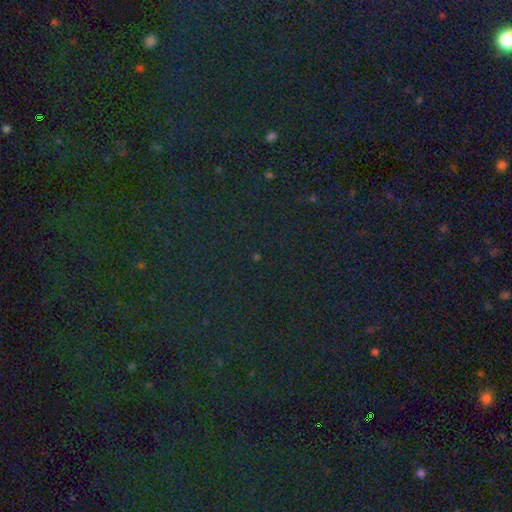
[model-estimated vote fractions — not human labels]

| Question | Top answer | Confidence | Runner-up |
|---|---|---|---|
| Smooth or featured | star or artifact | 81% | smooth (12%) |